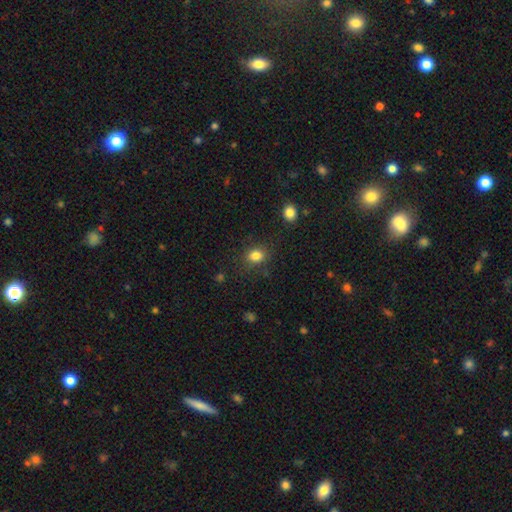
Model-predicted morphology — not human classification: A smooth galaxy with no disk features (83%) that is round (54%). Merging: none (83%).